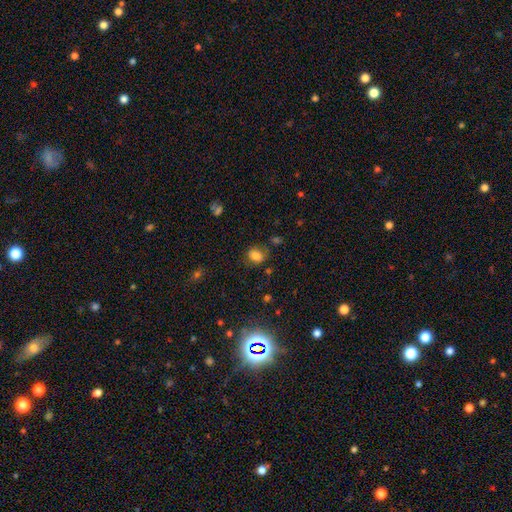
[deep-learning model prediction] Smooth or featured: smooth — 80% (star or artifact — 13%)
How rounded: in between — 55% (round — 44%)
Merging: none — 70% (minor disturbance — 19%)